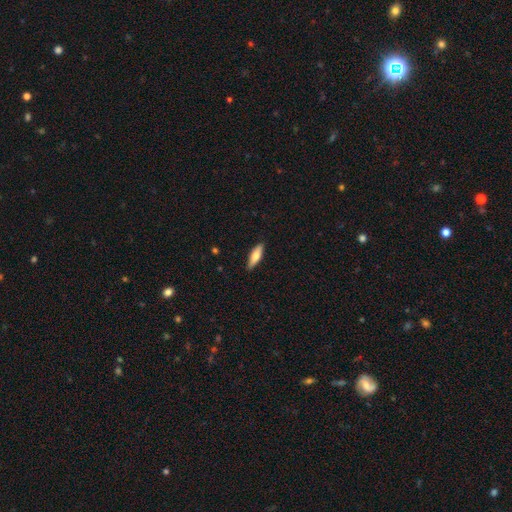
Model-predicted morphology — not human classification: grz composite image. It shows a smooth galaxy with no disk features (68%) that is cigar-shaped (53%). Merging: none (88%).